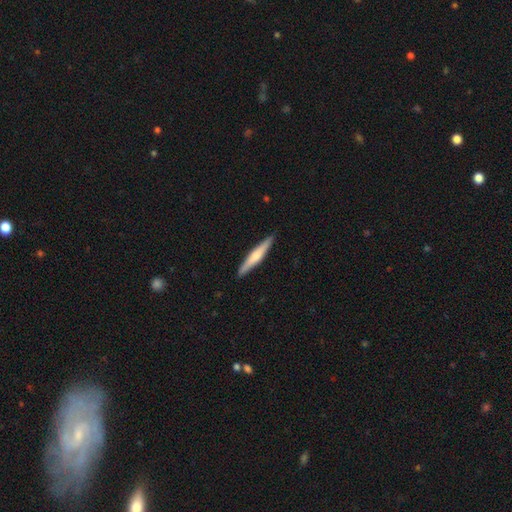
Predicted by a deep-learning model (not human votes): This appears to be a smooth galaxy with no disk features (50%). Merging: none (91%).